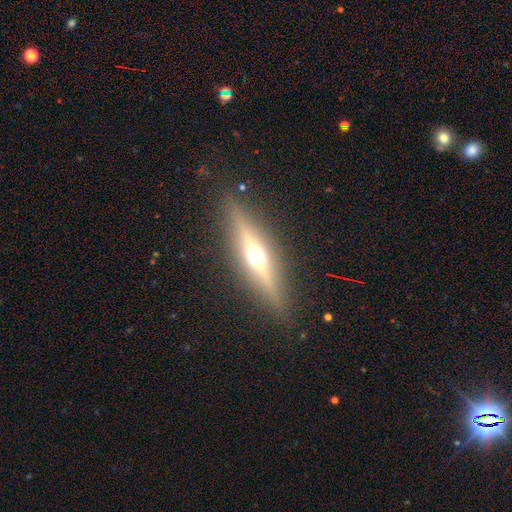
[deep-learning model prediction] Smooth or featured?
  - featured or disk: 67% *
  - smooth: 24%
  - star or artifact: 9%
Edge-on disk?
  - yes: 94% *
  - no: 6%
Edge-on bulge?
  - rounded: 95% *
  - boxy: 3%
  - none: 3%
Merging?
  - none: 89% *
  - minor disturbance: 8%
  - major disturbance: 2%
  - merger: 1%